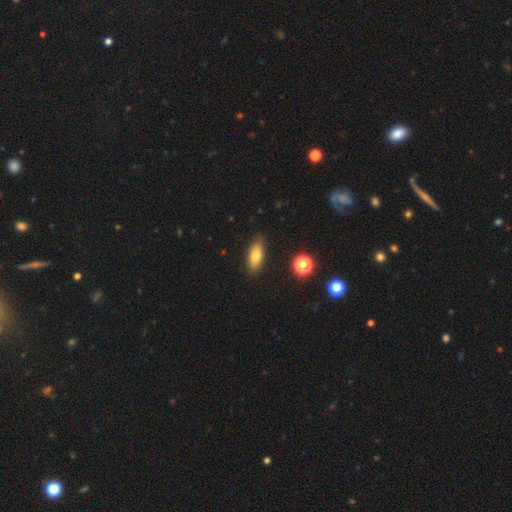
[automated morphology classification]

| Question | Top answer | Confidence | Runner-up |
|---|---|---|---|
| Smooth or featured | smooth | 75% | featured or disk (17%) |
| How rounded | in between | 78% | cigar-shaped (18%) |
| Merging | none | 86% | minor disturbance (11%) |